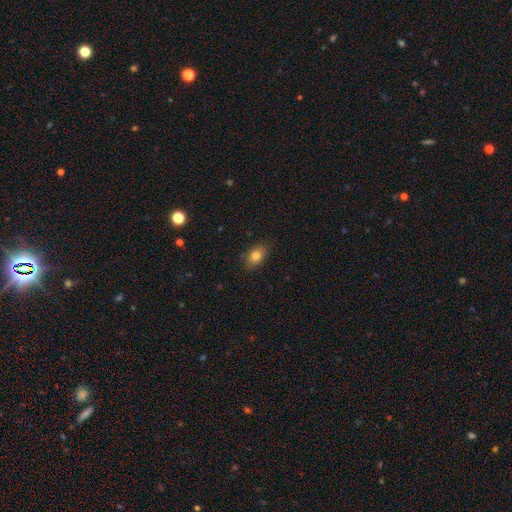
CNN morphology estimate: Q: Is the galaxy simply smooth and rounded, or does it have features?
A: smooth — 81%.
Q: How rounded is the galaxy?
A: in between — 79%.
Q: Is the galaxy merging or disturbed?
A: none — 85%.